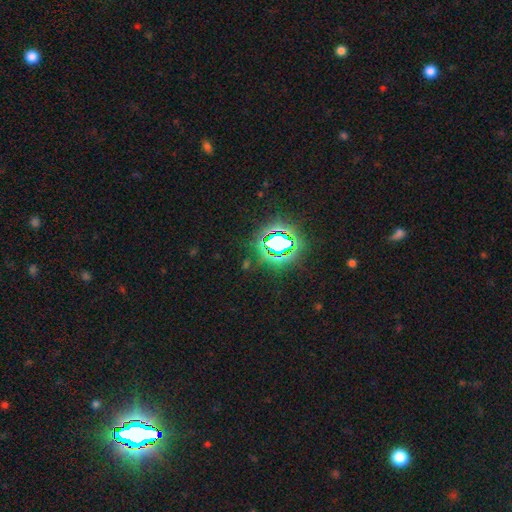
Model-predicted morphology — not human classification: star or artifact 83%, smooth 11%, featured or disk 6%.